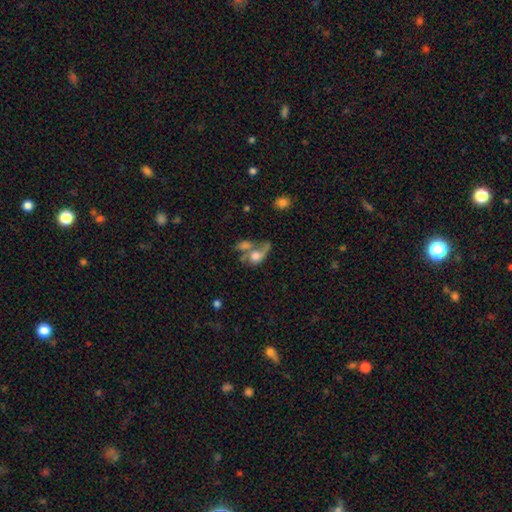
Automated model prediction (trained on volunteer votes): smooth-or-featured: smooth: 47% | featured or disk: 42% | star or artifact: 11%
  merging: merger: 52% | major disturbance: 21% | none: 17% | minor disturbance: 10%